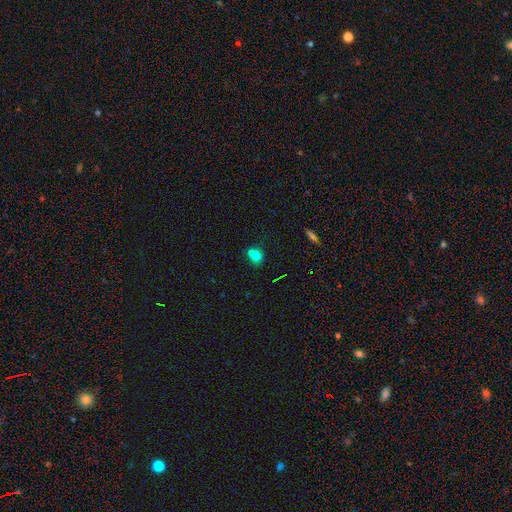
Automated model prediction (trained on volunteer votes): Smooth or featured: smooth — 70% (featured or disk — 16%)
How rounded: round — 69% (in between — 29%)
Merging: merger — 53% (none — 35%)